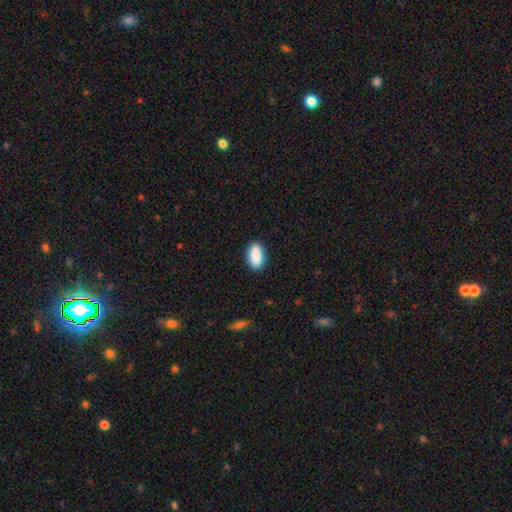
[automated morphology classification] This is clearly a smooth galaxy (90%). How rounded: clearly in between (91%). Merging: clearly none (88%).